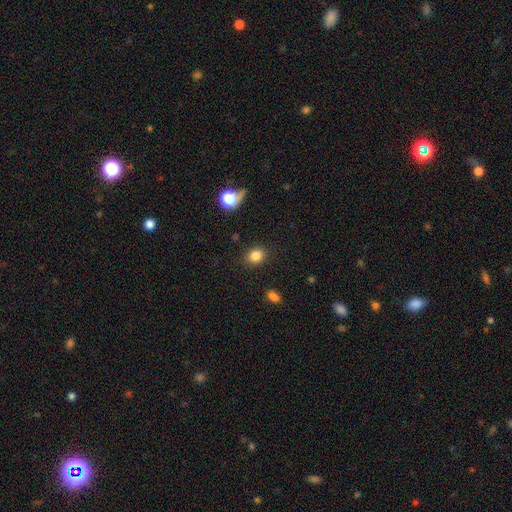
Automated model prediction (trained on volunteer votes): Smooth or featured? Predicted: smooth (p=0.83). How rounded? Predicted: round (p=0.59). Merging? Predicted: none (p=0.87).